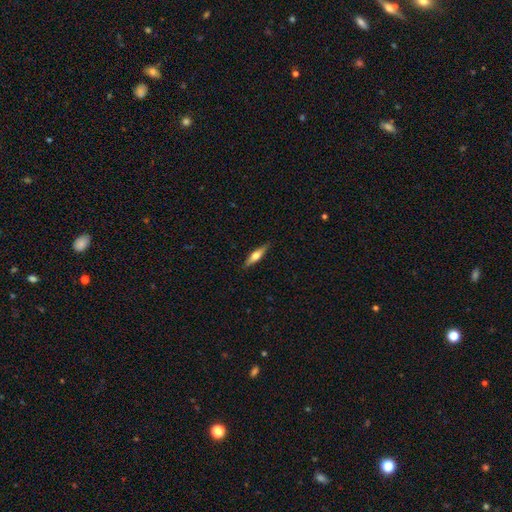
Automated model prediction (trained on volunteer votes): smooth_or_featured: featured or disk (p=0.51) [alt: smooth p=0.43]
disk_edge_on: yes (p=0.95) [alt: no p=0.05]
merging: none (p=0.88) [alt: minor disturbance p=0.09]